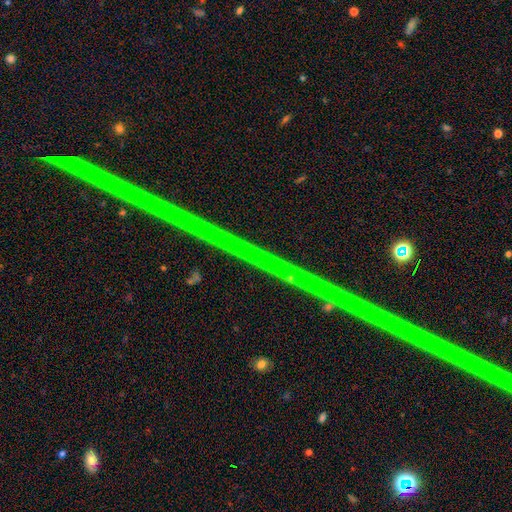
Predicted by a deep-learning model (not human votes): This appears to be a star or artifact, not a galaxy (88%).